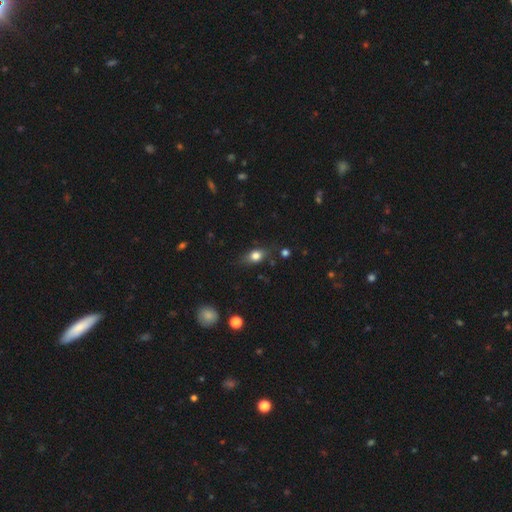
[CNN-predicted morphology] Smooth or featured?
  - smooth: 75% *
  - featured or disk: 15%
  - star or artifact: 10%
How rounded?
  - in between: 72% *
  - round: 20%
  - cigar-shaped: 8%
Merging?
  - none: 74% *
  - minor disturbance: 19%
  - major disturbance: 4%
  - merger: 2%